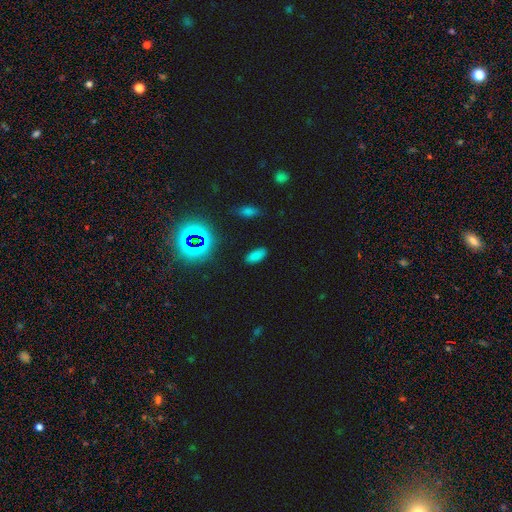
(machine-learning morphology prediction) Smooth or featured? smooth (74%)
How rounded? in between (86%)
Merging? none (87%)